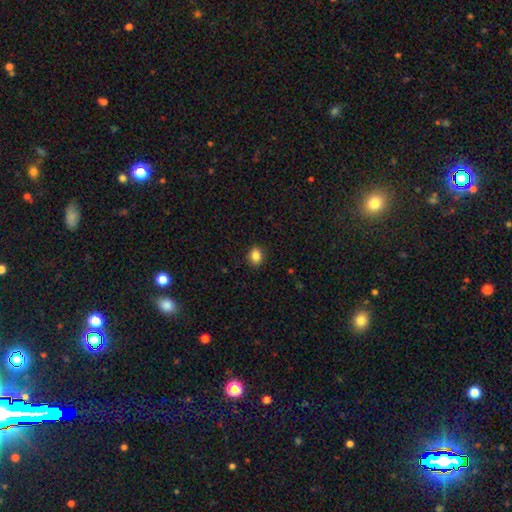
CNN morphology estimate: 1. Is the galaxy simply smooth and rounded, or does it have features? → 86% smooth, 10% star or artifact, 5% featured or disk.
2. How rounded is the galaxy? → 52% round, 47% in between, 1% cigar-shaped.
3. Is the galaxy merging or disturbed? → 89% none, 8% minor disturbance, 2% major disturbance, 1% merger.